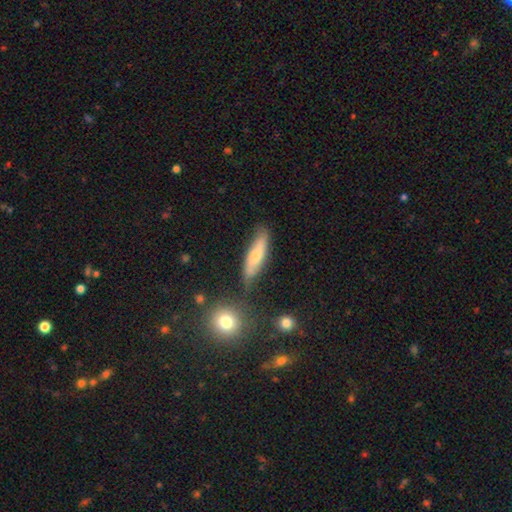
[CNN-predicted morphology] Smooth or featured: smooth — 60% (featured or disk — 33%)
How rounded: cigar-shaped — 67% (in between — 30%)
Merging: none — 67% (minor disturbance — 21%)